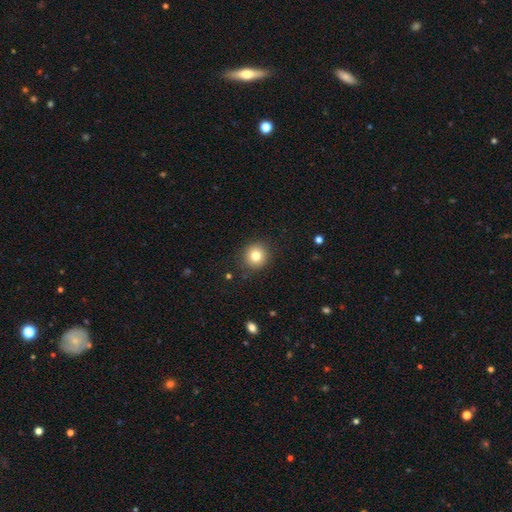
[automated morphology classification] Smooth or featured: smooth — 80% (star or artifact — 11%)
How rounded: round — 91% (in between — 8%)
Merging: none — 88% (minor disturbance — 8%)